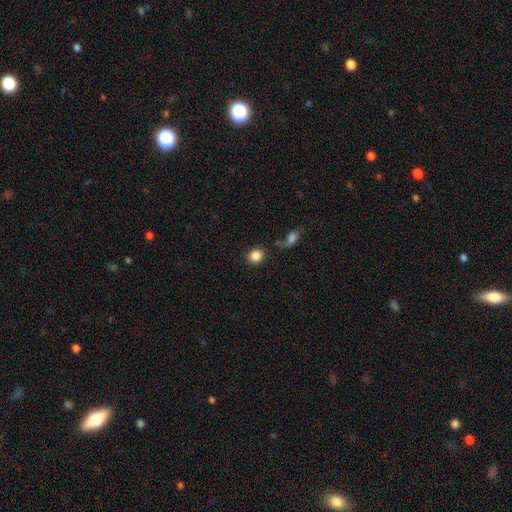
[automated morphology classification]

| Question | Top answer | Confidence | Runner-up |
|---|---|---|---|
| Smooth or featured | smooth | 86% | star or artifact (9%) |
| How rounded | round | 69% | in between (30%) |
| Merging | none | 76% | minor disturbance (11%) |